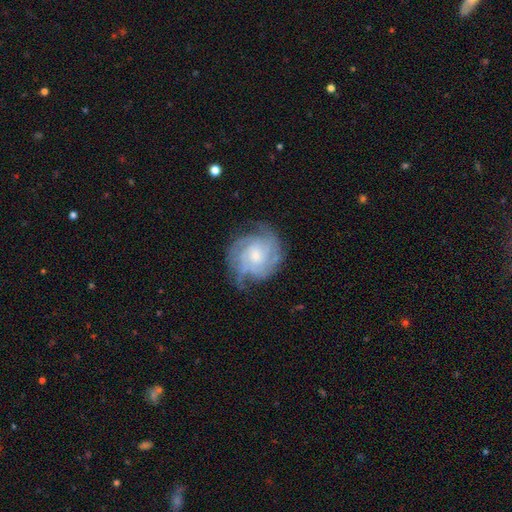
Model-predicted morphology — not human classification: type=featured or disk (81%); edge-on=no (98%); bar=no (68%); spiral arms=yes (96%); winding=tight (65%); arm count=can't tell (31%); bulge=small (56%); merging=none (73%).